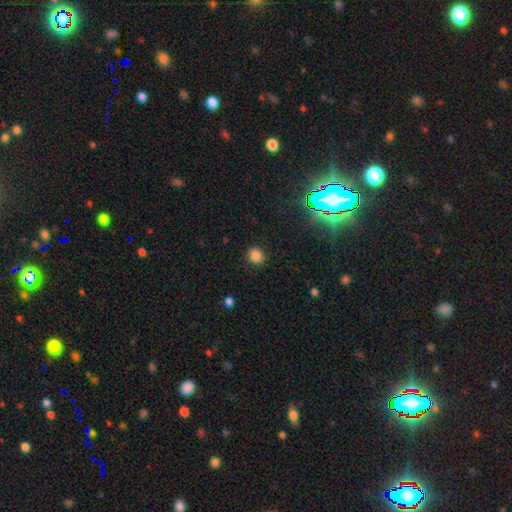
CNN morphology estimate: Smooth or featured?
  - smooth: 80% *
  - star or artifact: 15%
  - featured or disk: 4%
How rounded?
  - round: 80% *
  - in between: 19%
  - cigar-shaped: 1%
Merging?
  - none: 89% *
  - minor disturbance: 8%
  - major disturbance: 3%
  - merger: 1%